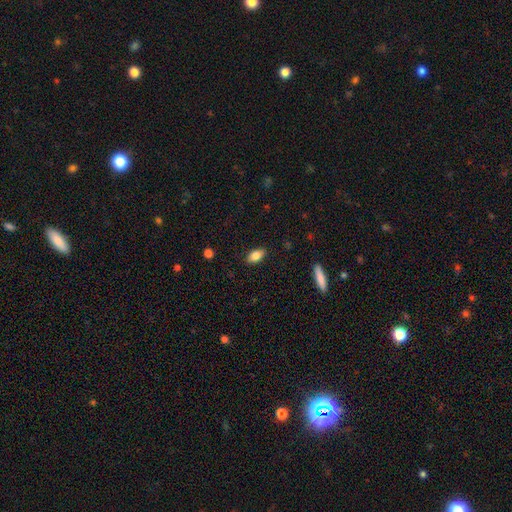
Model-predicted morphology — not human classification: Smooth or featured? Predicted: smooth (p=0.84). How rounded? Predicted: in between (p=0.89). Merging? Predicted: none (p=0.87).